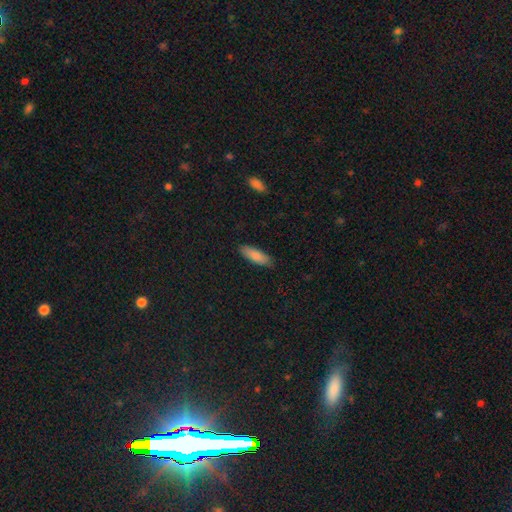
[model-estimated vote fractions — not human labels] Smooth or featured? smooth (87%)
How rounded? in between (56%)
Merging? none (87%)